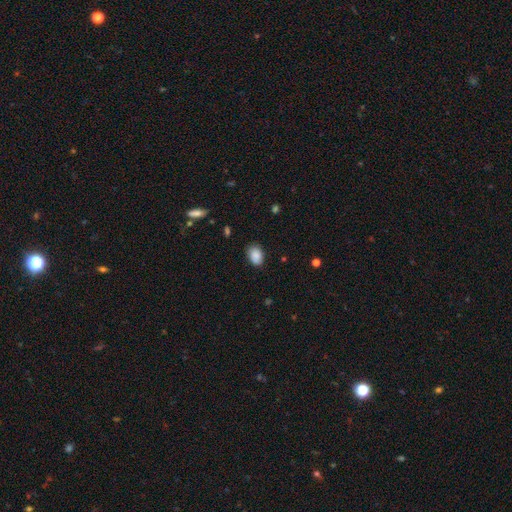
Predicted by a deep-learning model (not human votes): Q: Smooth or featured?
A: smooth (88%); runner-up: star or artifact (8%)
Q: How rounded?
A: in between (84%); runner-up: round (15%)
Q: Merging?
A: none (80%); runner-up: minor disturbance (16%)